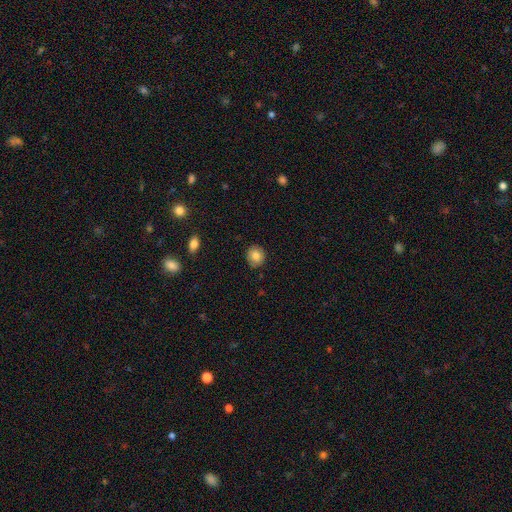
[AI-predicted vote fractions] Smooth or featured: smooth — 81% (featured or disk — 10%)
How rounded: round — 82% (in between — 17%)
Merging: none — 87% (minor disturbance — 10%)